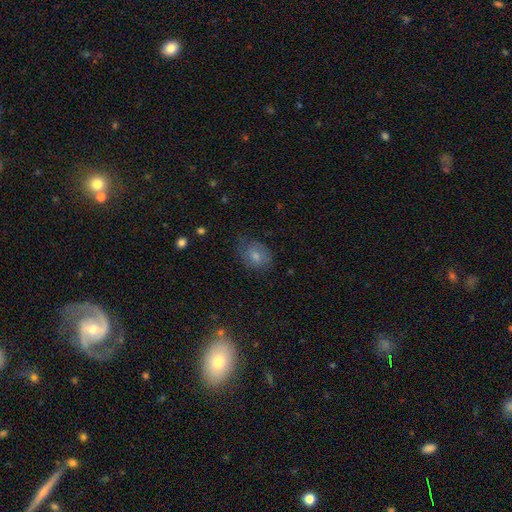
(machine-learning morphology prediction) Smooth or featured?
  - smooth: 71% *
  - featured or disk: 20%
  - star or artifact: 9%
How rounded?
  - in between: 66% *
  - round: 33%
  - cigar-shaped: 1%
Merging?
  - none: 62% *
  - minor disturbance: 27%
  - major disturbance: 10%
  - merger: 1%